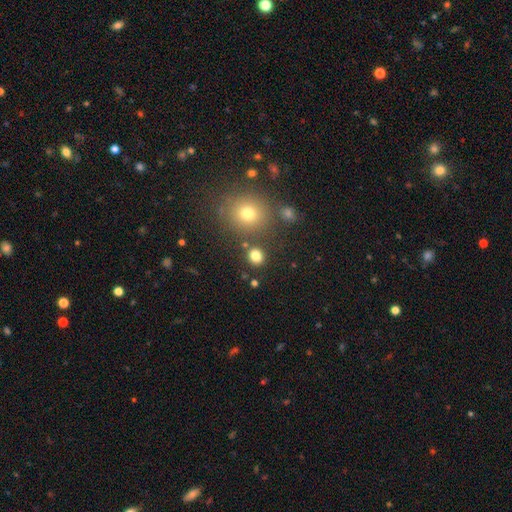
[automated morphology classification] The model was most divided on "smooth or featured": smooth: 79%, star or artifact: 15%, featured or disk: 6%. More confident: how rounded — round (84%); merging — none (82%).